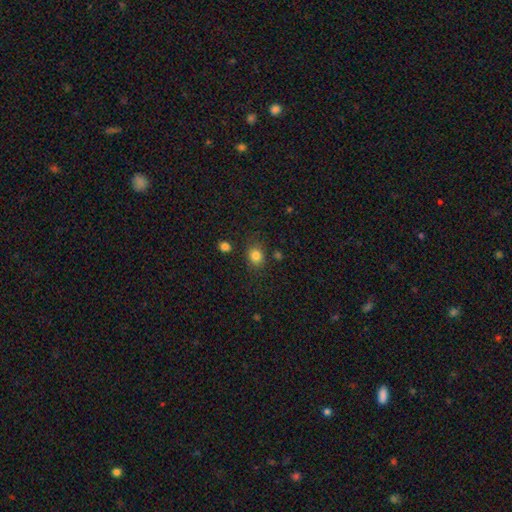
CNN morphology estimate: Smooth or featured? Predicted: smooth (p=0.83). How rounded? Predicted: round (p=0.62). Merging? Predicted: none (p=0.80).